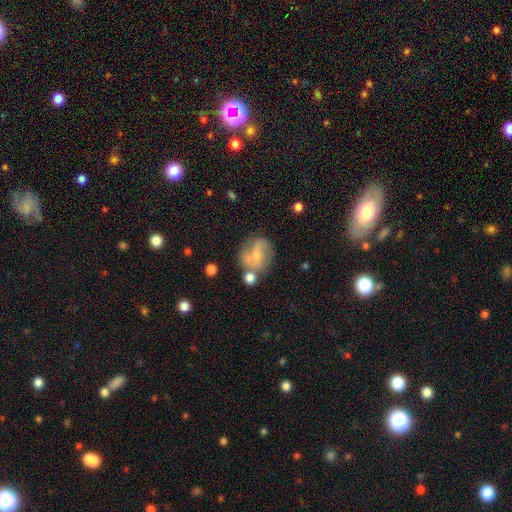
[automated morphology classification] This is possibly a featured or disk galaxy (52%). It is clearly not viewed edge-on (96%). Merging: possibly none (55%).